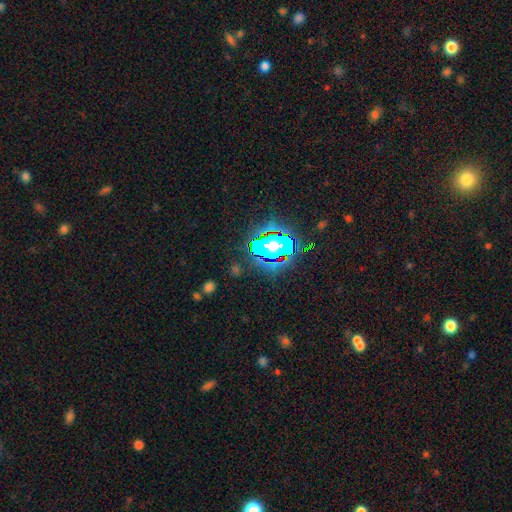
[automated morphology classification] smooth-or-featured: star or artifact: 82% | smooth: 11% | featured or disk: 7%